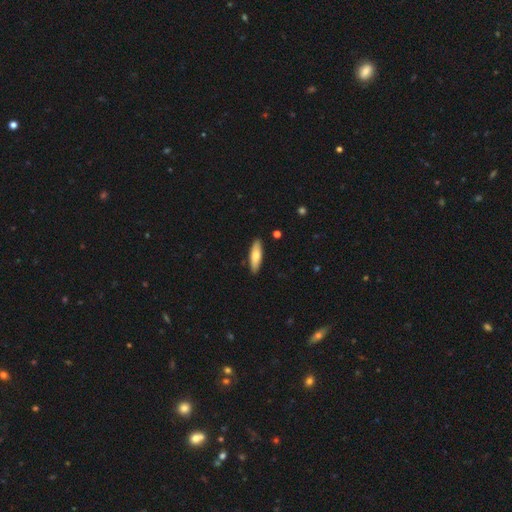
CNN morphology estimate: A smooth galaxy with no disk features (72%) that is cigar-shaped (56%). Merging: none (89%).